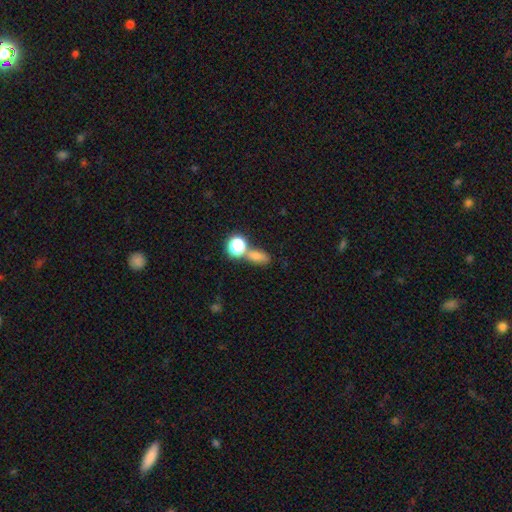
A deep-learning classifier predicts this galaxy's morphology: smooth_or_featured: smooth (p=0.70) [alt: star or artifact p=0.22]
how_rounded: in between (p=0.69) [alt: round p=0.26]
merging: none (p=0.54) [alt: merger p=0.28]